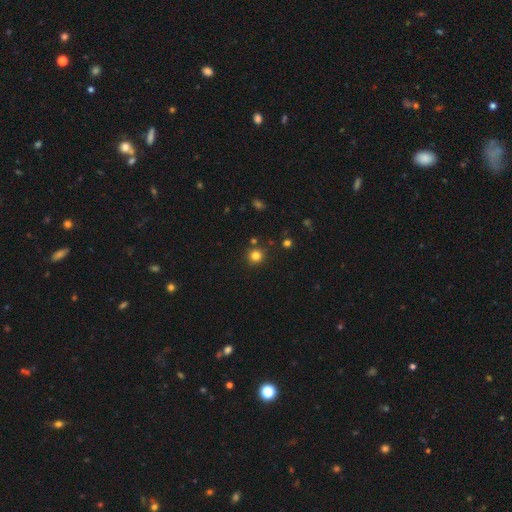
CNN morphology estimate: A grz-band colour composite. It shows a smooth galaxy with no disk features (80%) that is round (93%). Merging: none (85%).